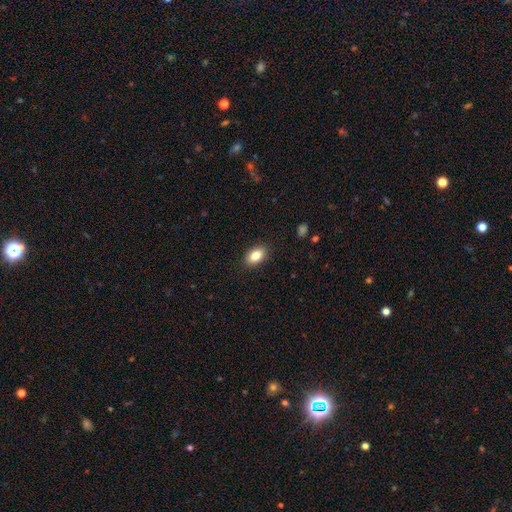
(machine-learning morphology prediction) Smooth or featured? Predicted: smooth (p=0.84). How rounded? Predicted: in between (p=0.89). Merging? Predicted: none (p=0.88).